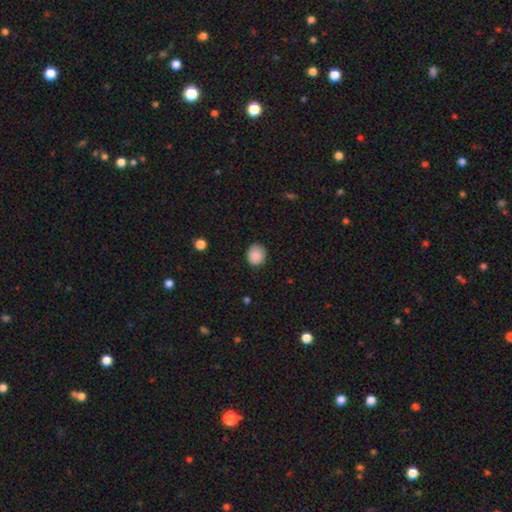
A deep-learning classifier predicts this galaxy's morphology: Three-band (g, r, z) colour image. It shows a smooth galaxy with no disk features (87%) that is round (68%). Merging: none (80%).